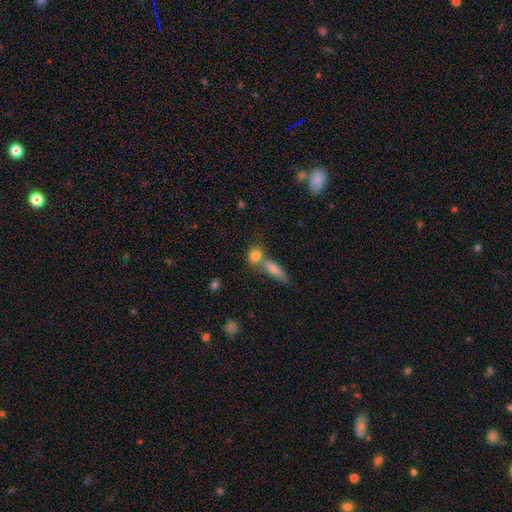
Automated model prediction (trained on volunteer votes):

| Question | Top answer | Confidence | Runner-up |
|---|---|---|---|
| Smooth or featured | smooth | 80% | featured or disk (11%) |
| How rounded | round | 46% | in between (43%) |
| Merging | none | 46% | merger (41%) |